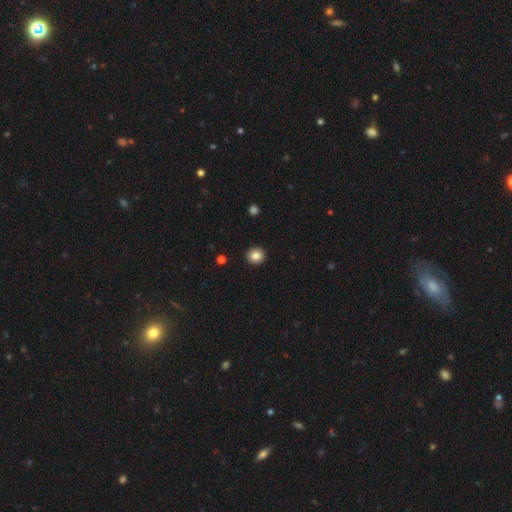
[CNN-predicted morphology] smooth_or_featured: smooth (p=0.84) [alt: star or artifact p=0.10]
how_rounded: round (p=0.94) [alt: in between p=0.05]
merging: none (p=0.93) [alt: minor disturbance p=0.04]